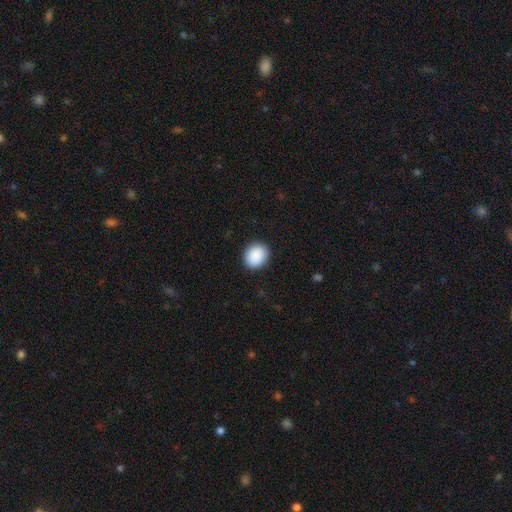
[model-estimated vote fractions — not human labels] A smooth galaxy with no disk features (90%) that is round (67%).

Vote fractions:
- Smooth or featured? smooth: 90% / star or artifact: 7% / featured or disk: 3%
- How rounded? round: 67% / in between: 32% / cigar-shaped: 1%
- Merging? none: 90% / minor disturbance: 7% / major disturbance: 2% / merger: 1%